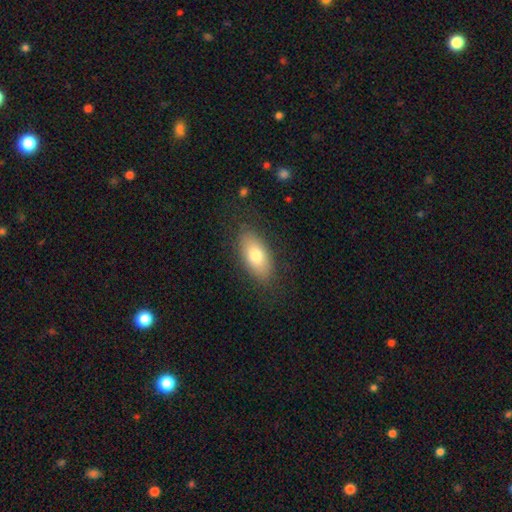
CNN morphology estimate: Smooth or featured: smooth — 74% (featured or disk — 18%)
How rounded: in between — 88% (cigar-shaped — 8%)
Merging: none — 83% (minor disturbance — 12%)